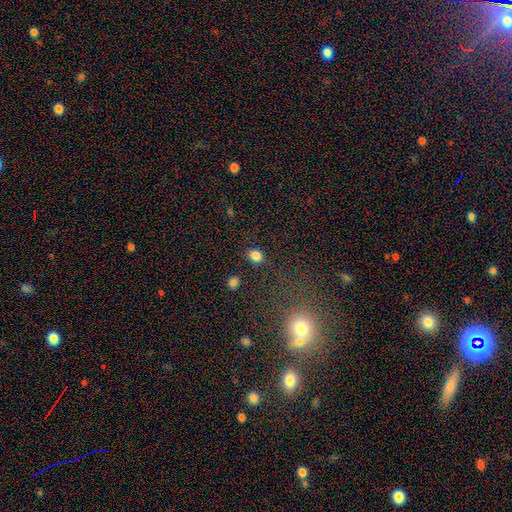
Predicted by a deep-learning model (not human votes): Overall: smooth (83%). How rounded: round (58%; in between 41%). Merging: none (85%).